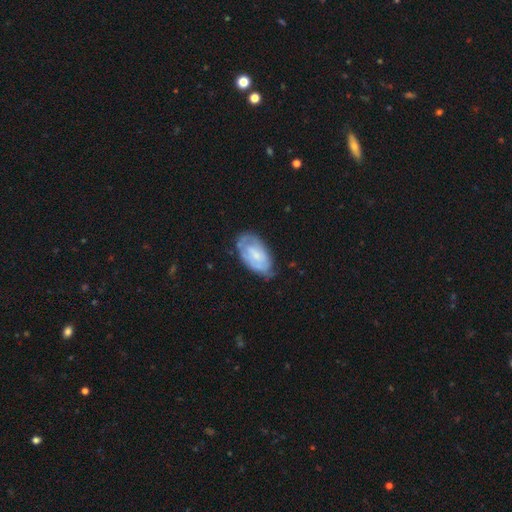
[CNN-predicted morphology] This appears to be a featured or disk galaxy (58%) with no bar (62%), spiral arms (69%) and a small central bulge (55%). Merging: none (57%).